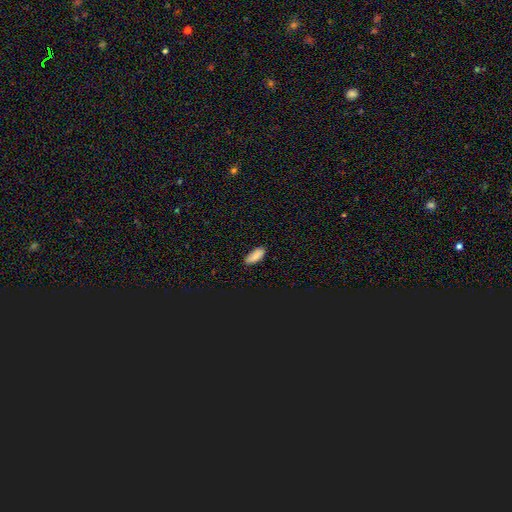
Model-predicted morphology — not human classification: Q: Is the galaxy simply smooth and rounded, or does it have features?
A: smooth — 85%.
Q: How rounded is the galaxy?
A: in between — 84%.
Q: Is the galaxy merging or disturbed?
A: none — 81%.